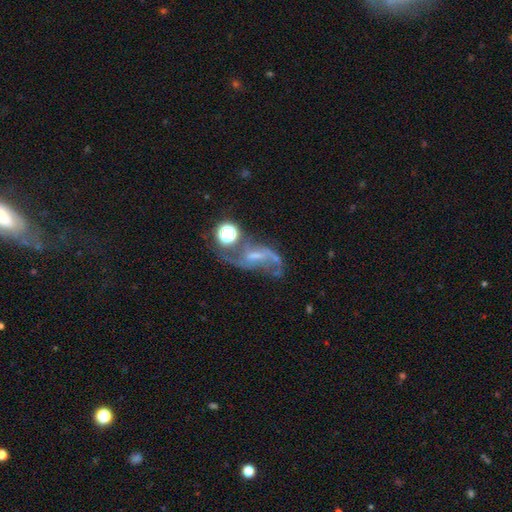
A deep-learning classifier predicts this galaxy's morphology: The model was most divided on "bar": weak: 44%, no: 36%, strong: 20%. Remaining: edge-on disk — no (94%); spiral arms — yes (86%); spiral arm count — 2 (76%); smooth or featured — featured or disk (72%); spiral winding — loose (62%); bulge size — small (52%); merging — none (37%).